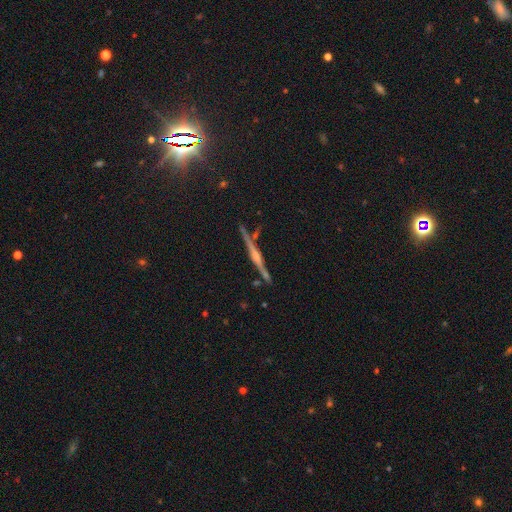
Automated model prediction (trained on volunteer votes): featured or disk 80%, smooth 13%, star or artifact 7%. Down the decision tree: edge-on disk — yes (98%); edge-on bulge — rounded (74%); merging — none (82%).